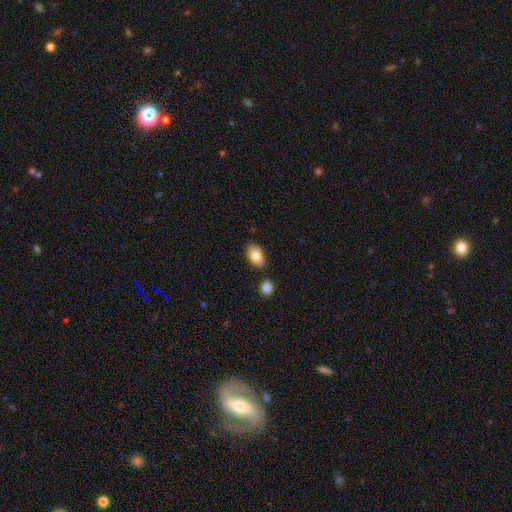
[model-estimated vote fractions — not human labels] smooth_or_featured: smooth (p=0.83) [alt: featured or disk p=0.10]
how_rounded: in between (p=0.91) [alt: round p=0.08]
merging: none (p=0.77) [alt: minor disturbance p=0.14]